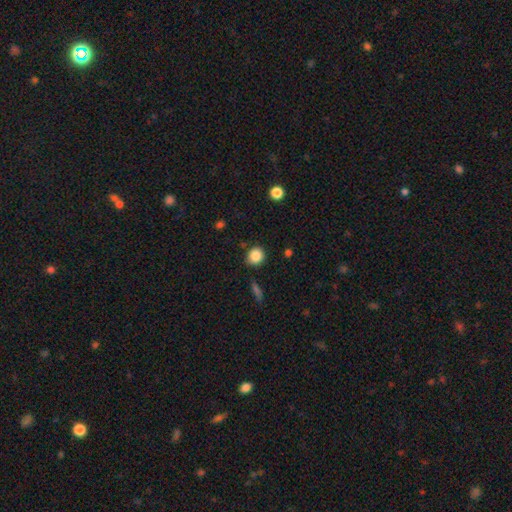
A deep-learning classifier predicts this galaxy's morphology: A smooth galaxy with no disk features (86%) that is round (82%).

Vote fractions:
- Smooth or featured? smooth: 86% / star or artifact: 9% / featured or disk: 5%
- How rounded? round: 82% / in between: 17% / cigar-shaped: 1%
- Merging? none: 85% / minor disturbance: 10% / merger: 3% / major disturbance: 3%